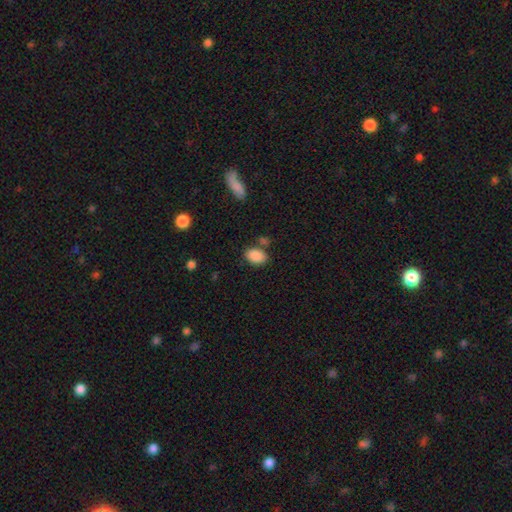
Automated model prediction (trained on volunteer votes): smooth-or-featured: smooth: 88% | star or artifact: 8% | featured or disk: 4%
  how-rounded: in between: 87% | round: 12% | cigar-shaped: 1%
  merging: none: 72% | minor disturbance: 13% | merger: 11% | major disturbance: 4%